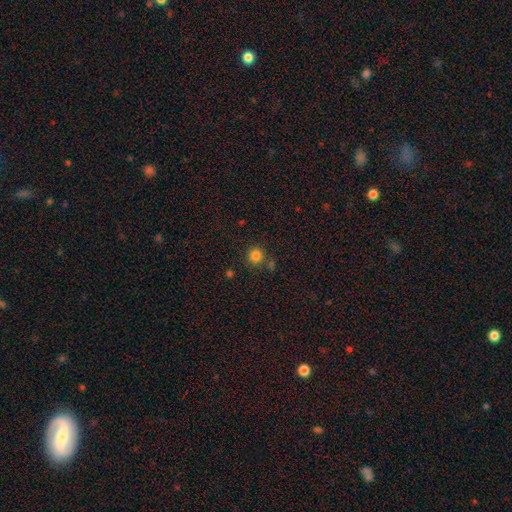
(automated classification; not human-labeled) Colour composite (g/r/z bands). It shows a smooth galaxy with no disk features (82%) that is round (92%). Merging: none (78%).